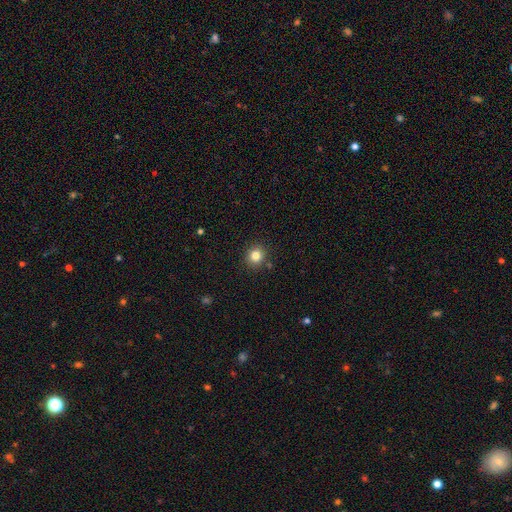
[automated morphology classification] Q: Smooth or featured?
A: smooth (82%); runner-up: star or artifact (12%)
Q: How rounded?
A: round (87%); runner-up: in between (13%)
Q: Merging?
A: none (88%); runner-up: minor disturbance (7%)